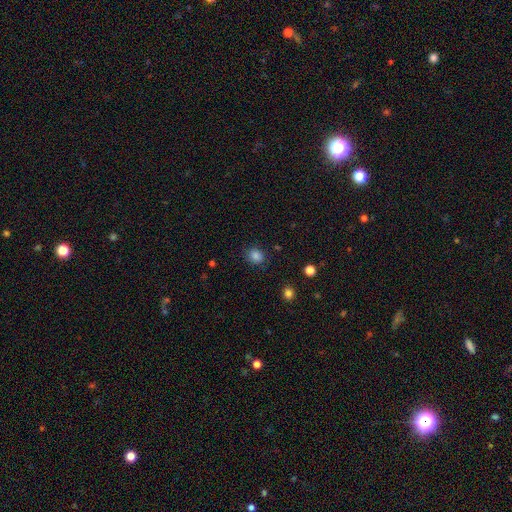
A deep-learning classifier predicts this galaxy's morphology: The model was most divided on "how rounded": round: 64%, in between: 35%, cigar-shaped: 1%. More confident: smooth or featured — smooth (84%); merging — none (82%).